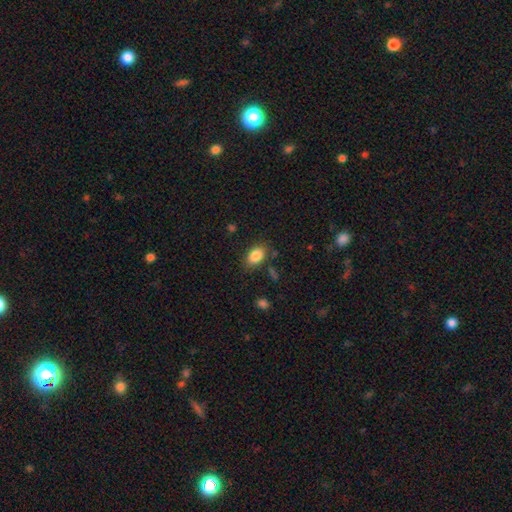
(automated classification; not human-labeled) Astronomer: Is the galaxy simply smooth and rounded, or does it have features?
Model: smooth — 86%.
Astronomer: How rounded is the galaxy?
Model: in between — 87%.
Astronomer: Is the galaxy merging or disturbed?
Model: none — 80%.